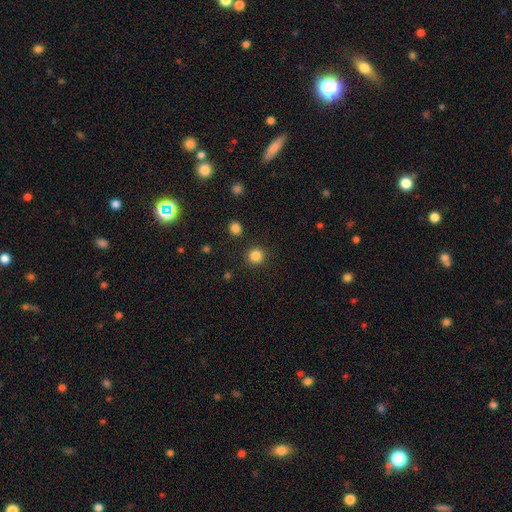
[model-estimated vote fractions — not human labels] smooth-or-featured: smooth: 84% | star or artifact: 12% | featured or disk: 4%
  how-rounded: round: 93% | in between: 6% | cigar-shaped: 1%
  merging: none: 90% | minor disturbance: 5% | major disturbance: 2% | merger: 2%